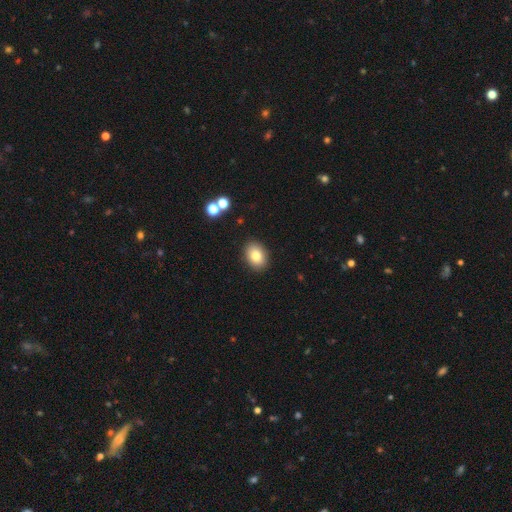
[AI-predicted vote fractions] The model was most divided on "how rounded": in between: 77%, round: 22%, cigar-shaped: 1%. More confident: merging — none (89%); smooth or featured — smooth (82%).